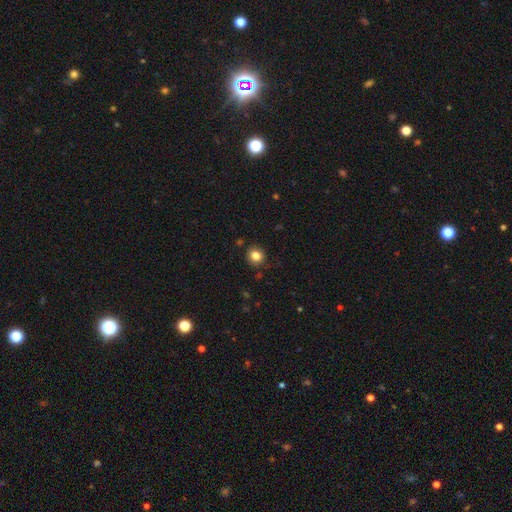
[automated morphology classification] Smooth or featured? Predicted: smooth (p=0.83). How rounded? Predicted: round (p=0.84). Merging? Predicted: none (p=0.87).